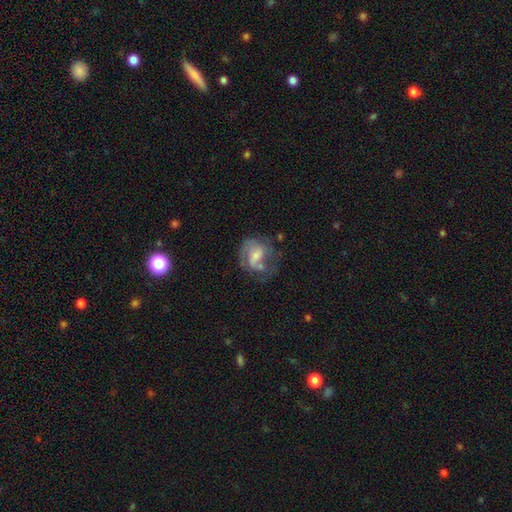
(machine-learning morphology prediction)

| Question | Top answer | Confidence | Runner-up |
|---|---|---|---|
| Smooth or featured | featured or disk | 65% | smooth (27%) |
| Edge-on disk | no | 97% | yes (3%) |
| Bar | no | 44% | weak (43%) |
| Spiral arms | yes | 75% | no (25%) |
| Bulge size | small | 41% | tied: moderate (41%) |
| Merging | none | 41% | major disturbance (29%) |